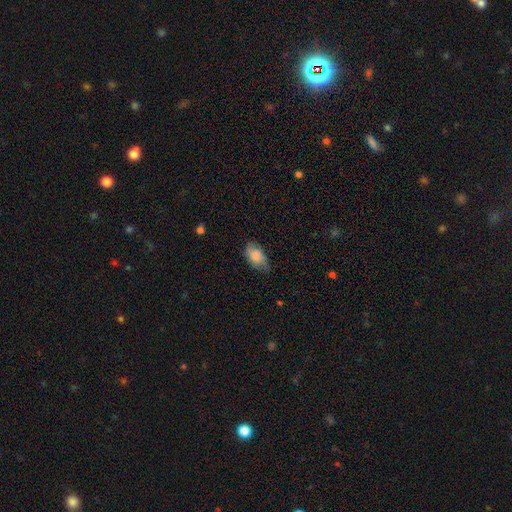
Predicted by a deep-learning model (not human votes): Overall: smooth (74%). How rounded: in between (92%). Merging: none (63%; minor disturbance 28%).